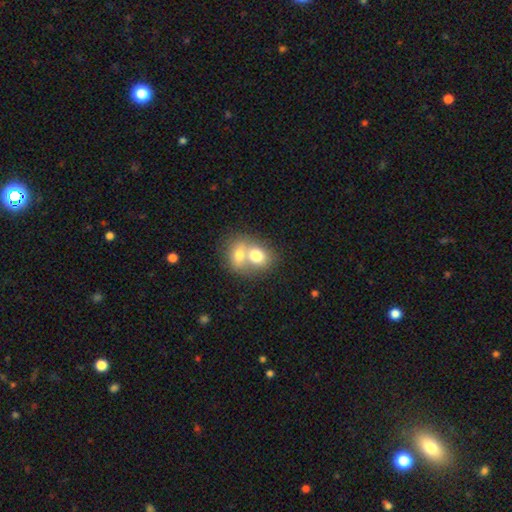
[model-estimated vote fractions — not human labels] The model was most divided on "how rounded": in between: 51%, round: 48%, cigar-shaped: 1%. More confident: merging — merger (73%); smooth or featured — smooth (71%).